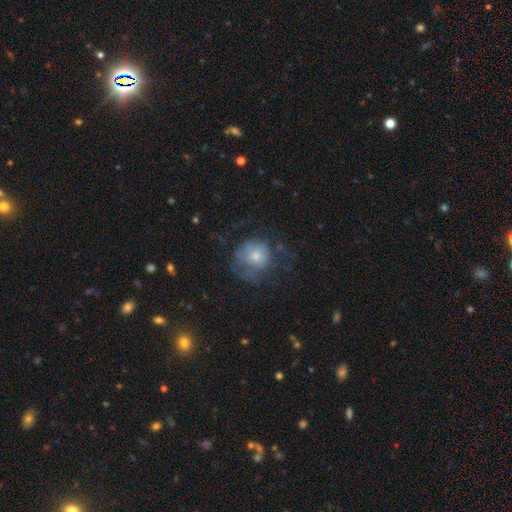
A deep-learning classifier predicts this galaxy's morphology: smooth_or_featured: smooth (p=0.53) [alt: featured or disk p=0.35]
how_rounded: round (p=0.81) [alt: in between p=0.18]
merging: none (p=0.48) [alt: major disturbance p=0.27]